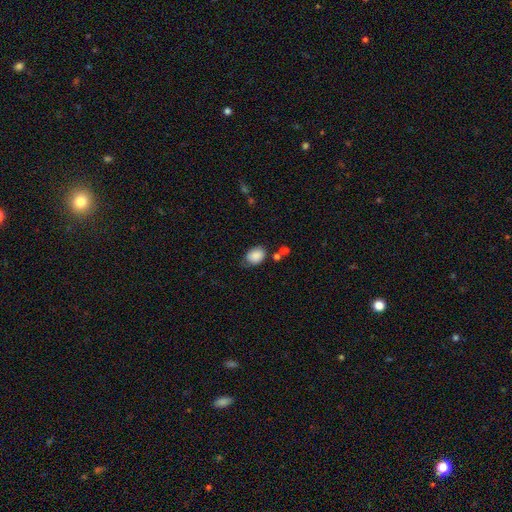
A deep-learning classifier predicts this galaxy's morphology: smooth_or_featured: smooth (p=0.87) [alt: star or artifact p=0.08]
how_rounded: in between (p=0.71) [alt: round p=0.28]
merging: none (p=0.61) [alt: minor disturbance p=0.26]